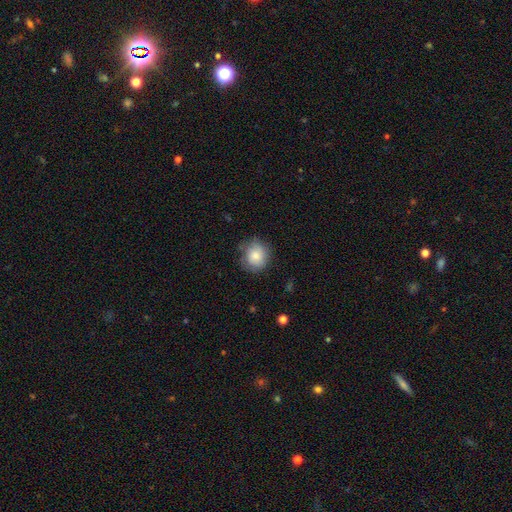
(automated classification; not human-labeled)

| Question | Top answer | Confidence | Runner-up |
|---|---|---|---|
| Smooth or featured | smooth | 81% | featured or disk (11%) |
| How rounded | round | 83% | in between (16%) |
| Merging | none | 73% | minor disturbance (20%) |